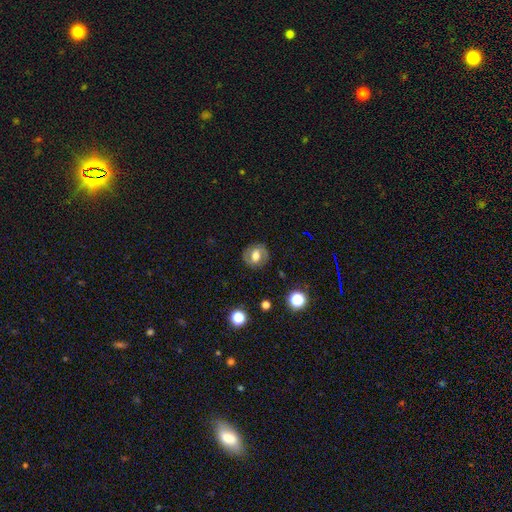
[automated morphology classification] smooth_or_featured: featured or disk (p=0.47) [alt: smooth p=0.43]
merging: none (p=0.82) [alt: minor disturbance p=0.12]